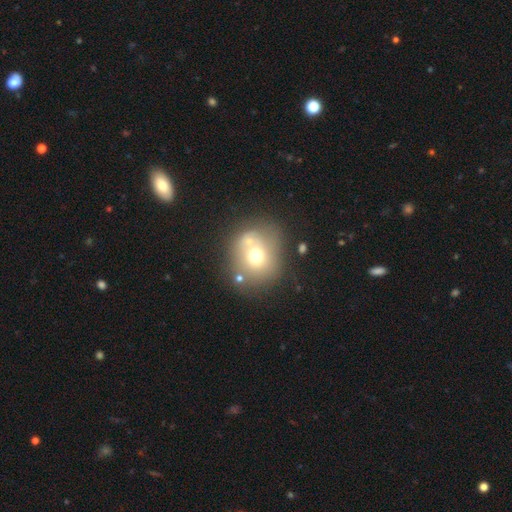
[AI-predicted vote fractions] Morphology: type=smooth (63%); roundness=round (77%); merging=none (56%).